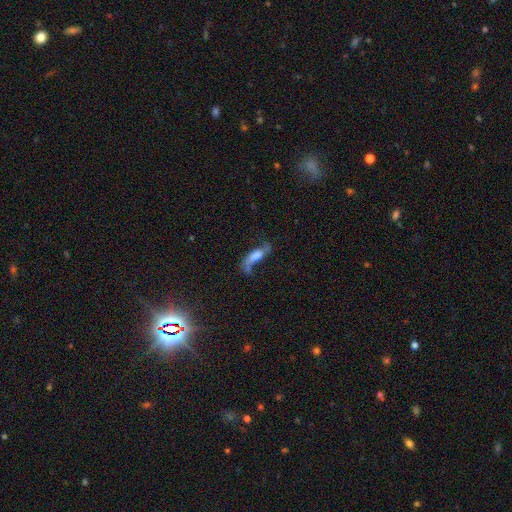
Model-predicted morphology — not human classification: smooth-or-featured: featured or disk: 53% | smooth: 37% | star or artifact: 10%
  disk-edge-on: no: 68% | yes: 32%
  merging: none: 45% | major disturbance: 24% | minor disturbance: 23% | merger: 8%